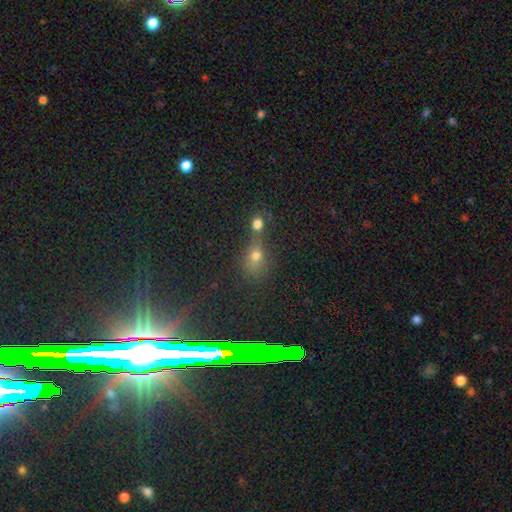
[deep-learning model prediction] This appears to be a star or artifact, not a galaxy (47%).